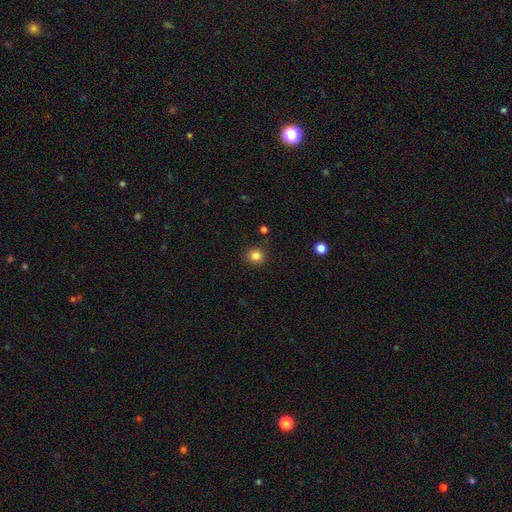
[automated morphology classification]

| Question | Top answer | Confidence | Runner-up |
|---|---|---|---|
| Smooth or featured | smooth | 84% | star or artifact (12%) |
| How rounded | round | 89% | in between (10%) |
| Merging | none | 89% | minor disturbance (7%) |